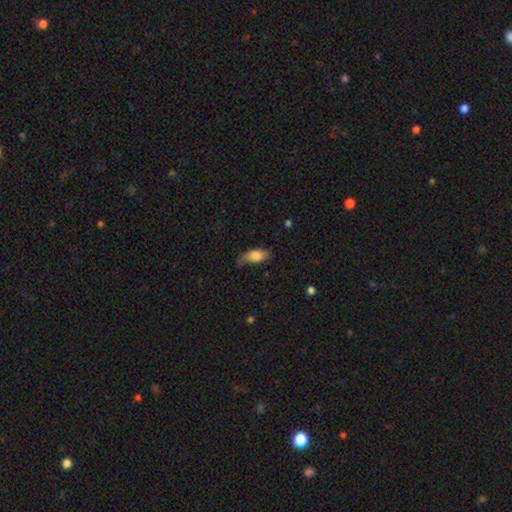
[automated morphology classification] A smooth galaxy with no disk features (80%) that is in between round and cigar-shaped (85%). Merging: none (50%).